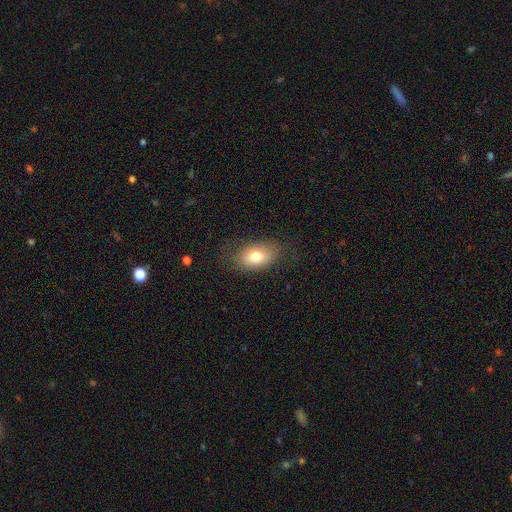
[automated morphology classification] This appears to be a smooth galaxy with no disk features (74%) that is in between round and cigar-shaped (88%). Merging: none (76%).